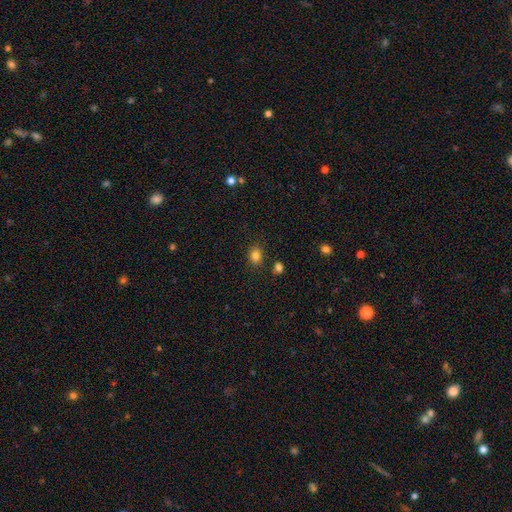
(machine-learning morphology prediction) A smooth galaxy with no disk features (83%) that is in between round and cigar-shaped (53%).

Vote fractions:
- Smooth or featured? smooth: 83% / star or artifact: 12% / featured or disk: 6%
- How rounded? in between: 53% / round: 46% / cigar-shaped: 1%
- Merging? none: 82% / minor disturbance: 10% / merger: 5% / major disturbance: 3%